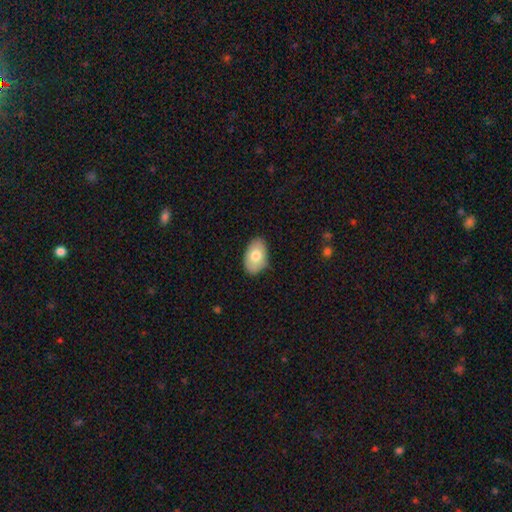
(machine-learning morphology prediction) smooth-or-featured: smooth: 73% | featured or disk: 20% | star or artifact: 7%
  how-rounded: in between: 89% | round: 10% | cigar-shaped: 1%
  merging: none: 82% | minor disturbance: 14% | major disturbance: 3% | merger: 1%